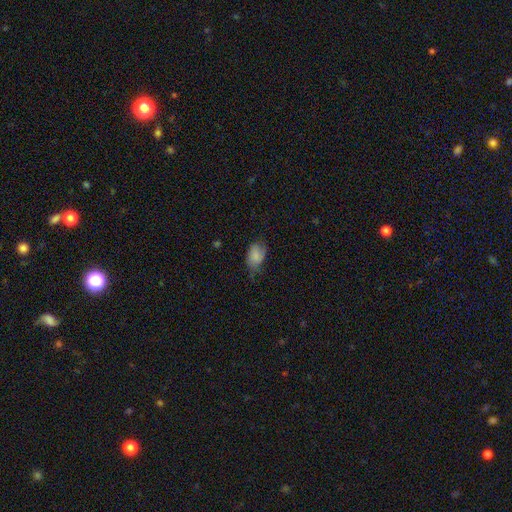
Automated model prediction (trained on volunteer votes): Overall: smooth (78%). How rounded: in between (85%). Merging: none (45%; minor disturbance 38%).